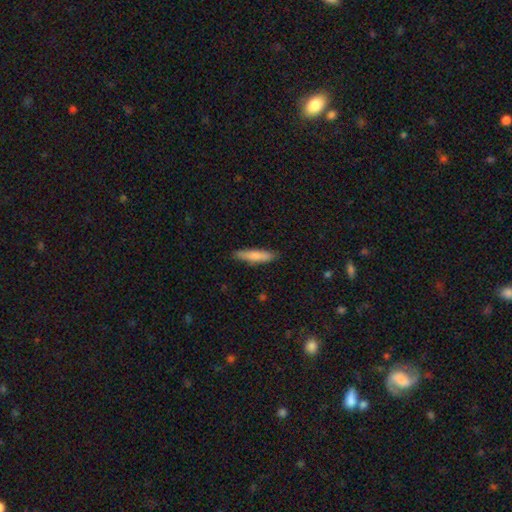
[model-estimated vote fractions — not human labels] Overall: smooth (76%). How rounded: cigar-shaped (83%). Merging: none (87%).